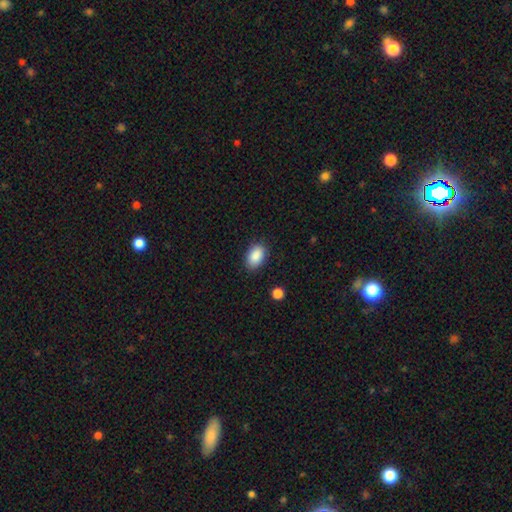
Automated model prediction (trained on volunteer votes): Smooth or featured? Predicted: smooth (p=0.89). How rounded? Predicted: in between (p=0.89). Merging? Predicted: none (p=0.85).